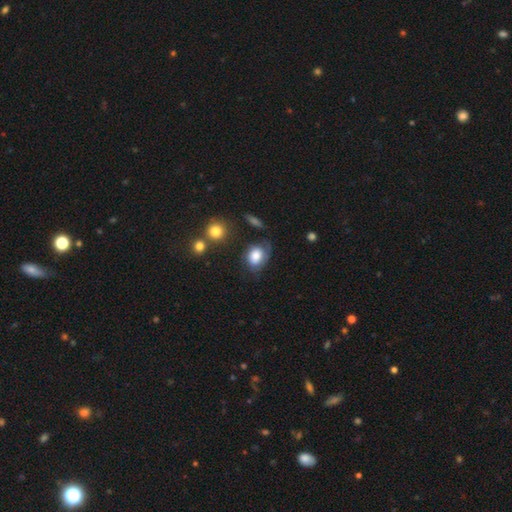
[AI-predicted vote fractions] Overall: smooth (73%). How rounded: in between (66%; round 33%). Merging: none (45%; minor disturbance 31%).